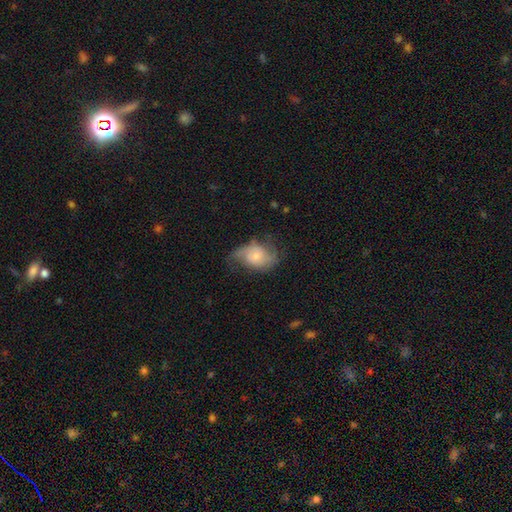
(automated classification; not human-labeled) This is possibly a featured or disk galaxy (54%). It is clearly not viewed edge-on (96%). Bar: likely no (71%). Spiral arm pattern: clearly yes (83%). Central bulge: possibly small (46%). Merging: possibly none (46%).